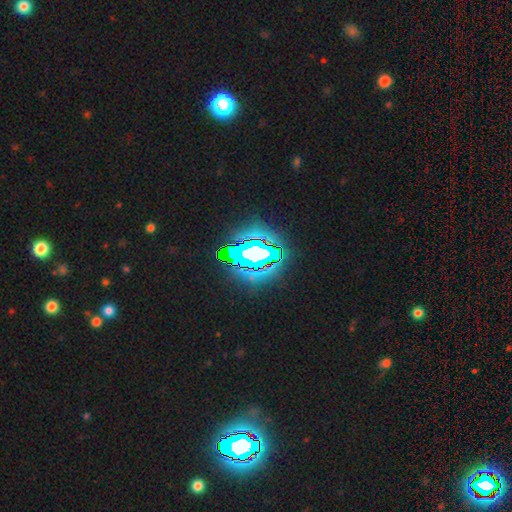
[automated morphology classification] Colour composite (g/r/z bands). It shows a star or artifact, not a galaxy (63%).